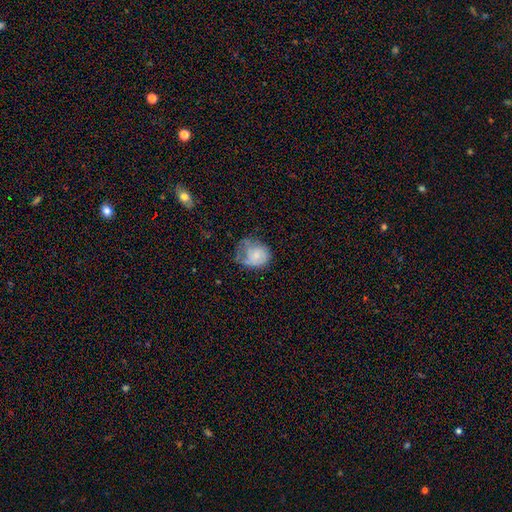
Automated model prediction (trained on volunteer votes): A smooth galaxy with no disk features (58%) that is round (59%).

Vote fractions:
- Smooth or featured? smooth: 58% / featured or disk: 34% / star or artifact: 8%
- How rounded? round: 59% / in between: 40% / cigar-shaped: 1%
- Merging? minor disturbance: 36% / major disturbance: 34% / none: 27% / merger: 3%